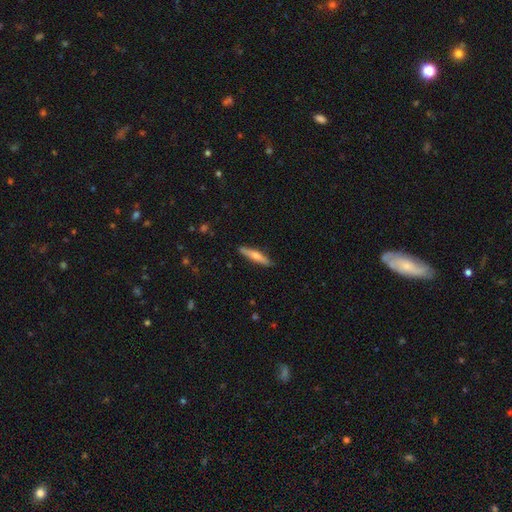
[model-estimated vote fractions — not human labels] This appears to be a smooth galaxy with no disk features (58%) that is cigar-shaped (88%). Merging: none (88%).